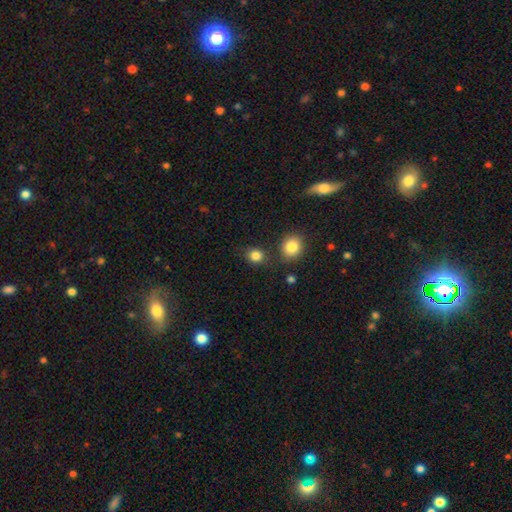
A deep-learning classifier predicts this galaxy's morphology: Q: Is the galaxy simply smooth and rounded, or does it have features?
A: smooth — 84%.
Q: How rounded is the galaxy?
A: round — 73%.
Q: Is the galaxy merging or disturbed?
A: none — 76%.